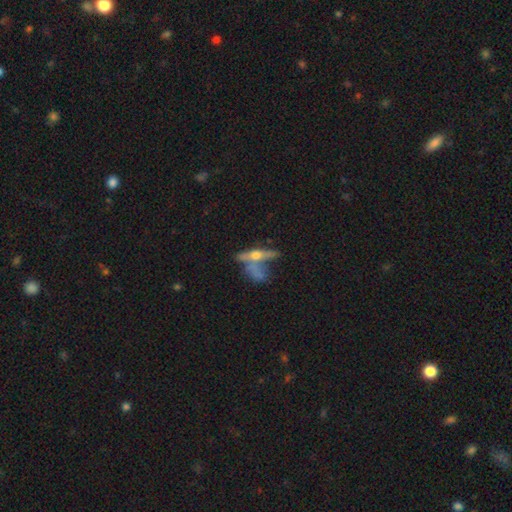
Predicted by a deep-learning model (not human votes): Overall: featured or disk (56%; smooth 34%). Edge-on disk: yes (78%). Merging: none (42%; merger 31%).